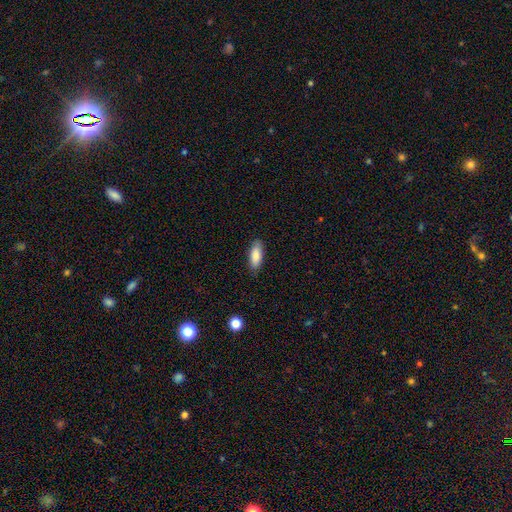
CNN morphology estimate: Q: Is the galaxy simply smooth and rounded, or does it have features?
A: smooth — 85%.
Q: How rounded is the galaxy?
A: in between — 73%.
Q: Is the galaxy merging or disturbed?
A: none — 85%.